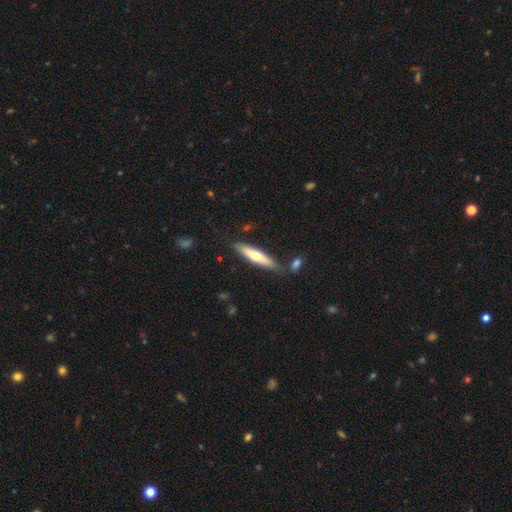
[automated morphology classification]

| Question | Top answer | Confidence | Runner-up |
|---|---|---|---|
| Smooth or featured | smooth | 53% | featured or disk (42%) |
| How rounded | cigar-shaped | 84% | in between (15%) |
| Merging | none | 80% | minor disturbance (13%) |